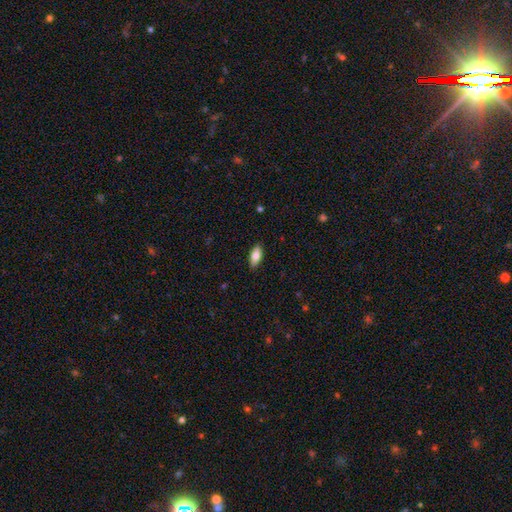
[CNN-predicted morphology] Q: Smooth or featured?
A: smooth (79%); runner-up: featured or disk (14%)
Q: How rounded?
A: in between (84%); runner-up: cigar-shaped (13%)
Q: Merging?
A: none (89%); runner-up: minor disturbance (9%)